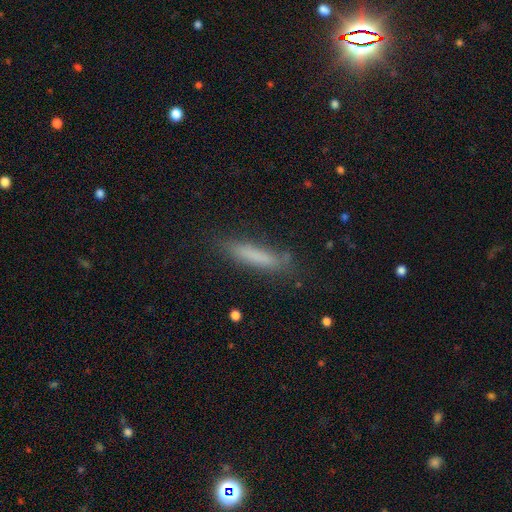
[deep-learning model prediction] Q: Smooth or featured?
A: smooth (76%); runner-up: featured or disk (16%)
Q: How rounded?
A: cigar-shaped (87%); runner-up: in between (12%)
Q: Merging?
A: none (78%); runner-up: minor disturbance (16%)